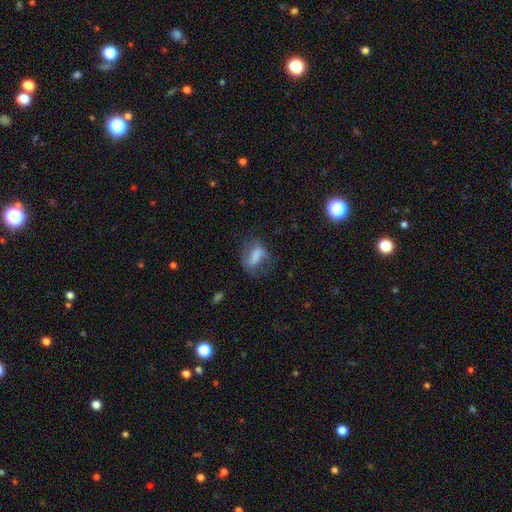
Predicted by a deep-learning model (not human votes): A smooth galaxy with no disk features (59%) that is in between round and cigar-shaped (79%).

Vote fractions:
- Smooth or featured? smooth: 59% / featured or disk: 31% / star or artifact: 10%
- How rounded? in between: 79% / round: 16% / cigar-shaped: 5%
- Merging? none: 44% / major disturbance: 27% / minor disturbance: 26% / merger: 3%